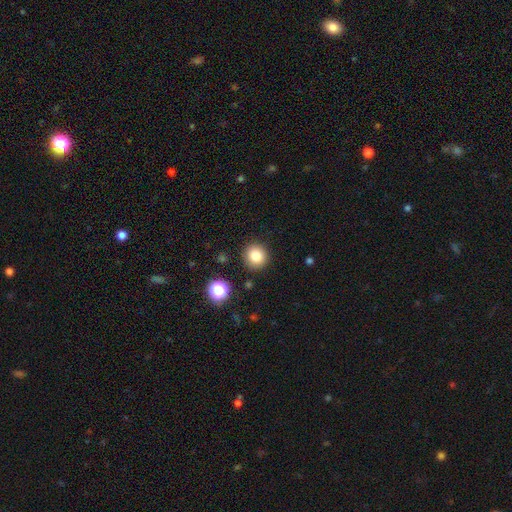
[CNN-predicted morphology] This appears to be a smooth galaxy with no disk features (82%) that is round (91%). Merging: none (90%).